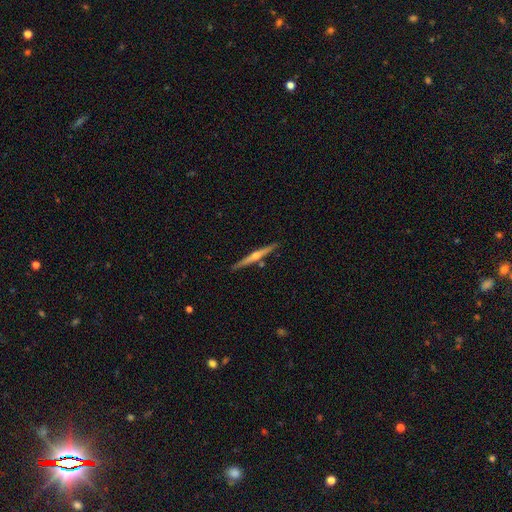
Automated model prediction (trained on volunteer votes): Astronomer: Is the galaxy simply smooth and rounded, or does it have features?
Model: featured or disk — 70%.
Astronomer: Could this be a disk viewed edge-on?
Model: yes — 98%.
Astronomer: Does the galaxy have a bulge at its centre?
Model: rounded — 84%.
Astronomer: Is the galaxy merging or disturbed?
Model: none — 87%.